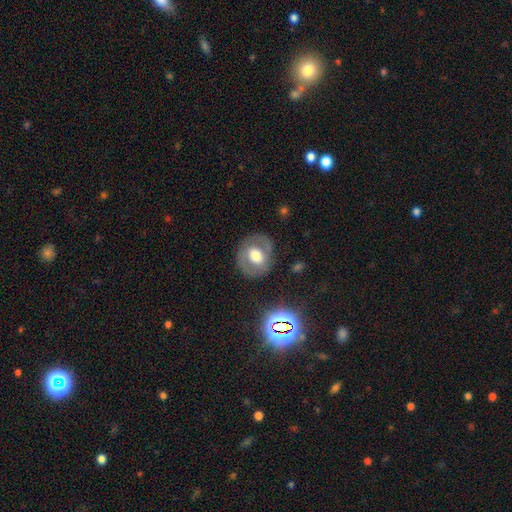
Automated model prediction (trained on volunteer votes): Smooth or featured? featured or disk (47%)
Merging? none (79%)